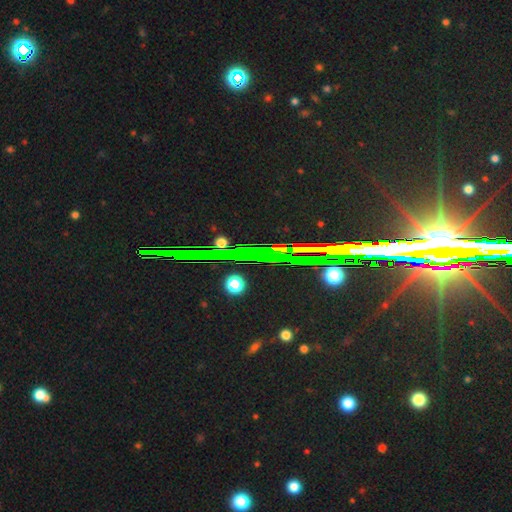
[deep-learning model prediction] Smooth or featured: star or artifact — 85% (featured or disk — 9%)